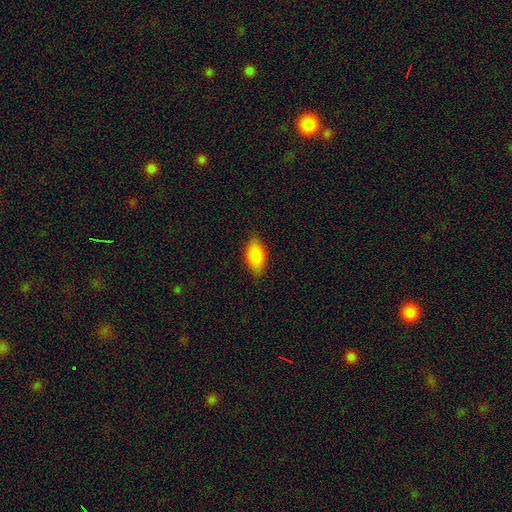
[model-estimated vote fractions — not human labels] Smooth or featured? smooth (86%)
How rounded? in between (92%)
Merging? none (84%)